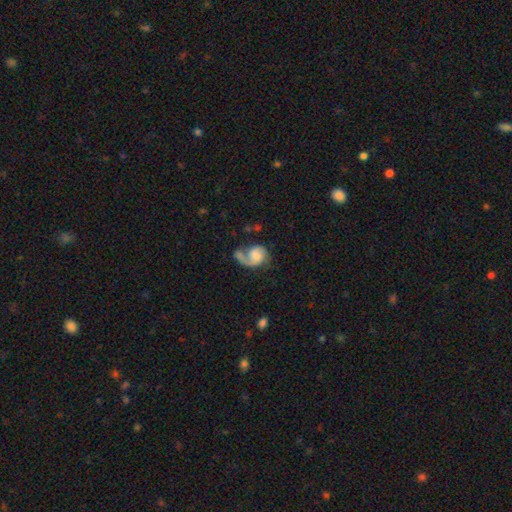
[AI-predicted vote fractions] Smooth or featured: featured or disk — 69% (smooth — 24%)
Edge-on disk: no — 98% (yes — 2%)
Bar: no — 63% (weak — 31%)
Spiral arms: yes — 91% (no — 9%)
Spiral winding: loose — 43% (medium — 37%)
Spiral arm count: 1 — 68% (2 — 26%)
Bulge size: none — 31% (small — 24%)
Merging: none — 35% (major disturbance — 34%)